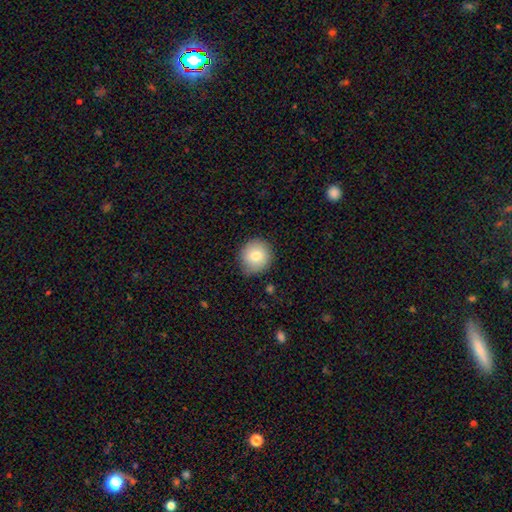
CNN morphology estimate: A smooth galaxy with no disk features (82%) that is round (88%). Merging: none (82%).